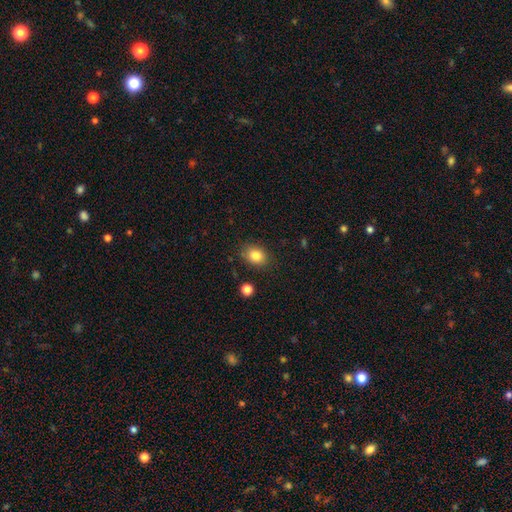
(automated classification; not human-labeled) smooth_or_featured: smooth (p=0.84) [alt: star or artifact p=0.10]
how_rounded: in between (p=0.58) [alt: round p=0.42]
merging: none (p=0.84) [alt: minor disturbance p=0.11]